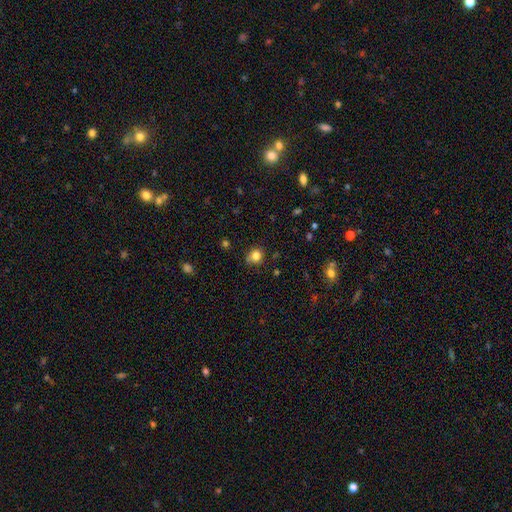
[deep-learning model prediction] smooth 81%, star or artifact 12%, featured or disk 6%. Down the decision tree: how rounded — round (81%); merging — none (70%).